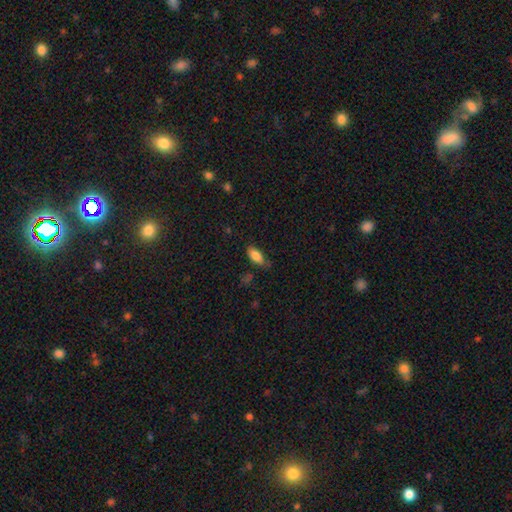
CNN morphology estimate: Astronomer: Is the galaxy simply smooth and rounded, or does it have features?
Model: smooth — 85%.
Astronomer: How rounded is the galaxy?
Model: in between — 88%.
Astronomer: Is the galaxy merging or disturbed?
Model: none — 69%.